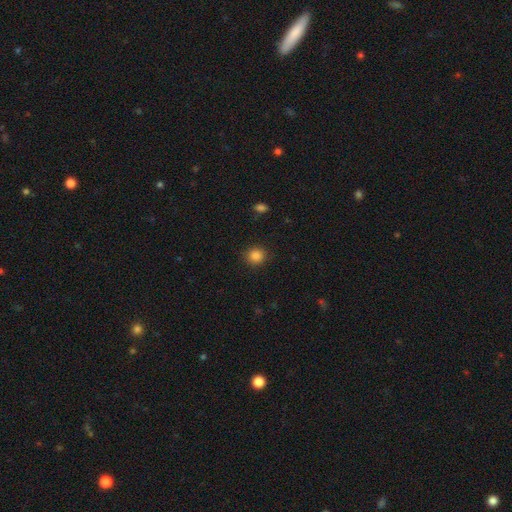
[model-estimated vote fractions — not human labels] A smooth galaxy with no disk features (85%) that is round (88%). Merging: none (89%).